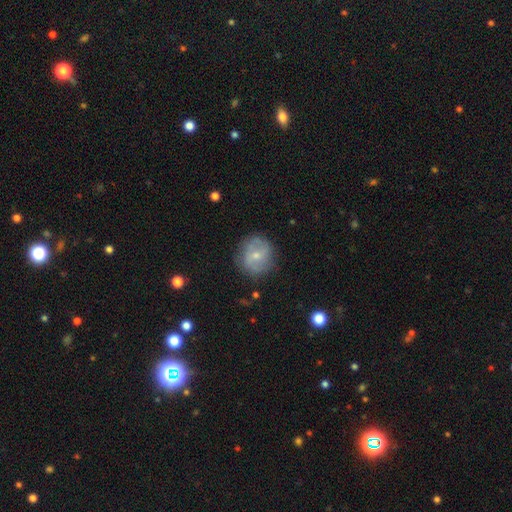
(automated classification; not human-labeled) The model was most divided on "bar": weak: 44%, no: 43%, strong: 12%. More confident: edge-on disk — no (97%); spiral arms — yes (79%); merging — none (77%); bulge size — small (59%); smooth or featured — featured or disk (58%).